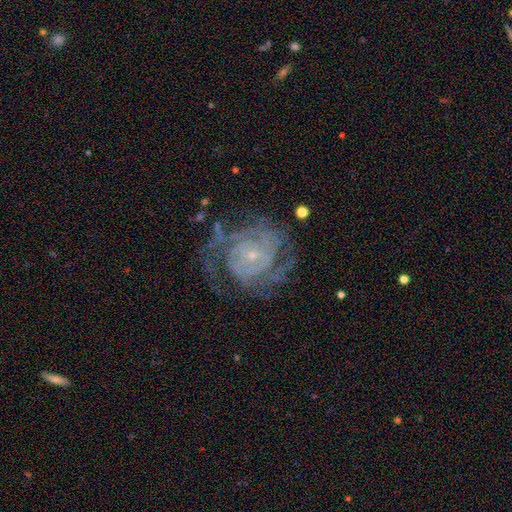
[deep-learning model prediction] This is clearly a featured or disk galaxy (82%). It is clearly not viewed edge-on (97%). Bar: likely no (70%). Spiral arm pattern: clearly yes (94%). Spiral arm count: marginally can't tell (31%). Spiral winding: likely tight (64%). Central bulge: clearly small (80%). Merging: likely none (69%).